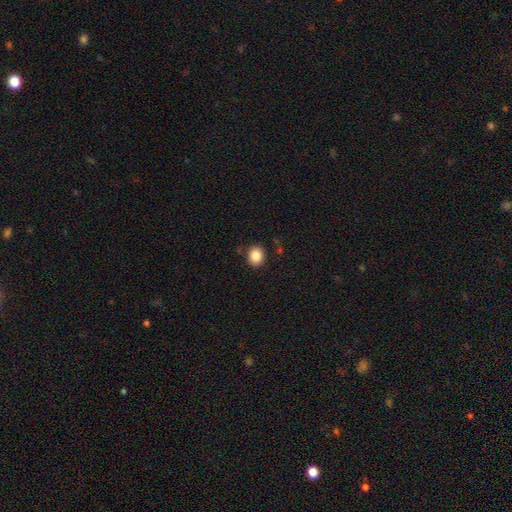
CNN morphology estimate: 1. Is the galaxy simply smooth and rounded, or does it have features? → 87% smooth, 9% star or artifact, 4% featured or disk.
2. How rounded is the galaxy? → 64% round, 35% in between, 1% cigar-shaped.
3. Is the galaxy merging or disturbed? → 87% none, 8% minor disturbance, 3% major disturbance, 2% merger.